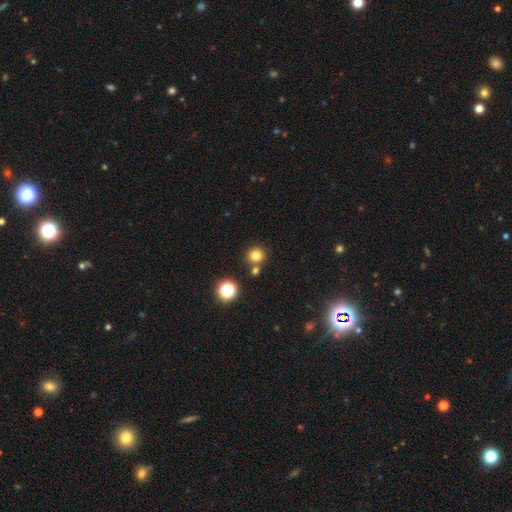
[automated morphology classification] Smooth or featured?
  - smooth: 78% *
  - star or artifact: 16%
  - featured or disk: 6%
How rounded?
  - round: 90% *
  - in between: 9%
  - cigar-shaped: 1%
Merging?
  - none: 76% *
  - merger: 14%
  - minor disturbance: 8%
  - major disturbance: 3%